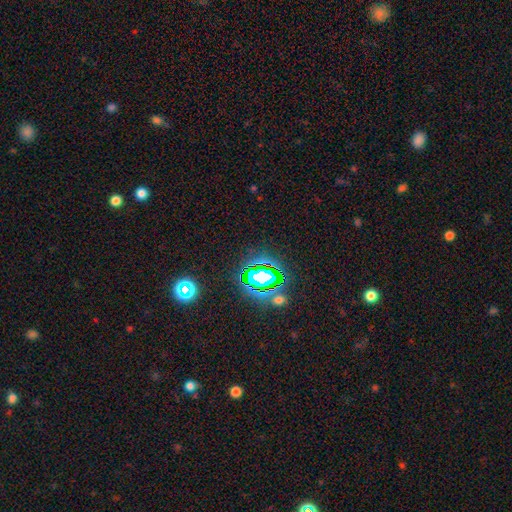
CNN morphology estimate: A star or artifact, not a galaxy (74%).